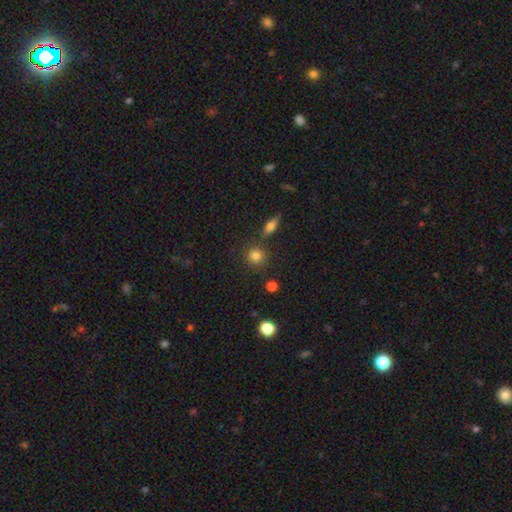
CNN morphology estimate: Smooth or featured: smooth — 80% (star or artifact — 12%)
How rounded: round — 89% (in between — 10%)
Merging: none — 82% (minor disturbance — 9%)